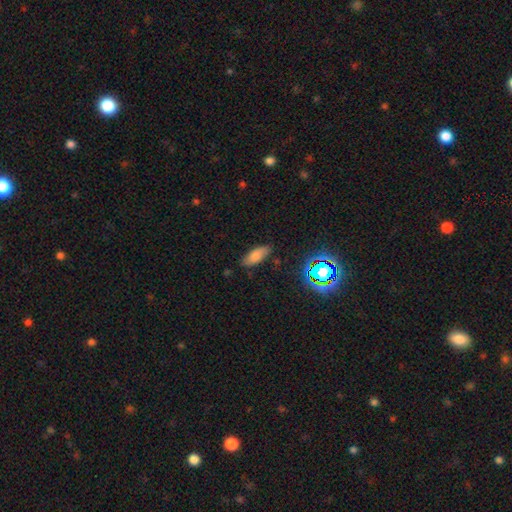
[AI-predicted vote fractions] This appears to be a smooth galaxy with no disk features (75%) that is in between round and cigar-shaped (78%). Merging: none (80%).